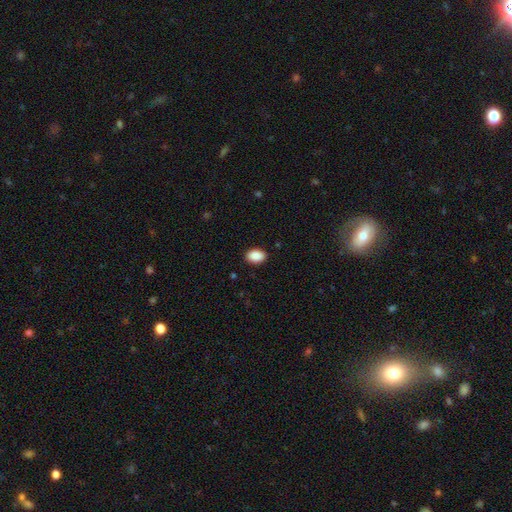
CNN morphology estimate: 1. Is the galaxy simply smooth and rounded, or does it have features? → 90% smooth, 7% star or artifact, 3% featured or disk.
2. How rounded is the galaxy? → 86% in between, 13% round, 1% cigar-shaped.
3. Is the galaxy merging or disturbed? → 89% none, 8% minor disturbance, 2% major disturbance, 1% merger.